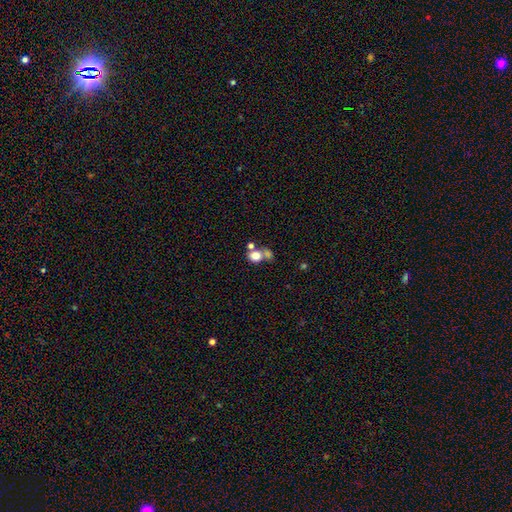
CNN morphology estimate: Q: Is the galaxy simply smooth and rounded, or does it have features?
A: smooth — 76%.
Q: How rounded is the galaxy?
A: round — 72%.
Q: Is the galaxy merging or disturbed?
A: merger — 44%.